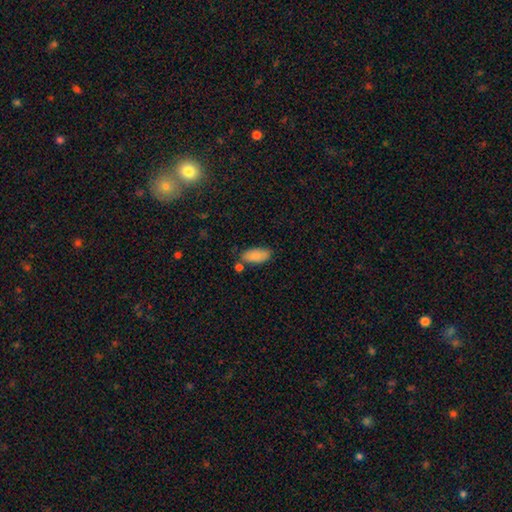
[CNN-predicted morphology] Smooth or featured?
  - smooth: 86% *
  - featured or disk: 7%
  - star or artifact: 7%
How rounded?
  - in between: 90% *
  - cigar-shaped: 8%
  - round: 2%
Merging?
  - none: 73% *
  - minor disturbance: 15%
  - merger: 9%
  - major disturbance: 3%